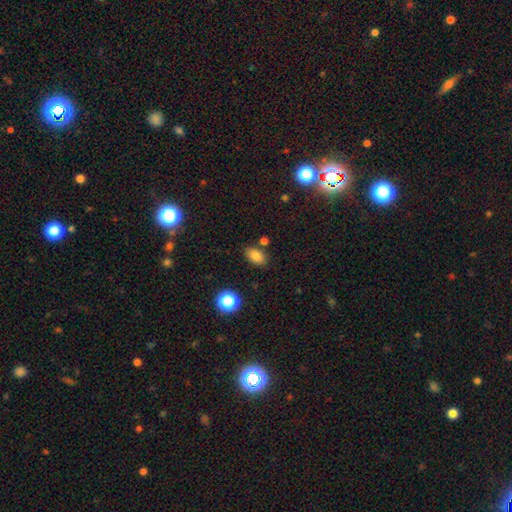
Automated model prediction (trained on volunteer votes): Morphology: type=smooth (81%); roundness=in between (86%); merging=none (79%).